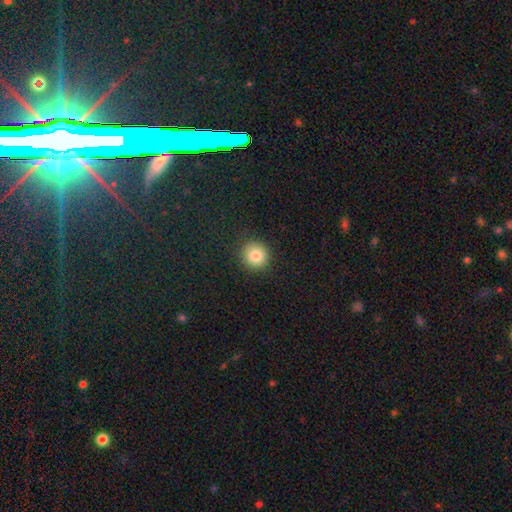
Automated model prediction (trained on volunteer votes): This appears to be a smooth galaxy with no disk features (82%) that is round (92%). Merging: none (90%).